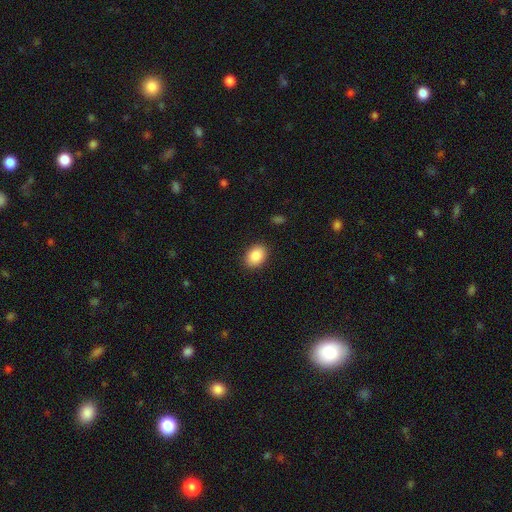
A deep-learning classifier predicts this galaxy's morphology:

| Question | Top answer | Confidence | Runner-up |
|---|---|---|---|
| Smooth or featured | smooth | 89% | star or artifact (7%) |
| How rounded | in between | 72% | round (27%) |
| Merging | none | 89% | minor disturbance (8%) |